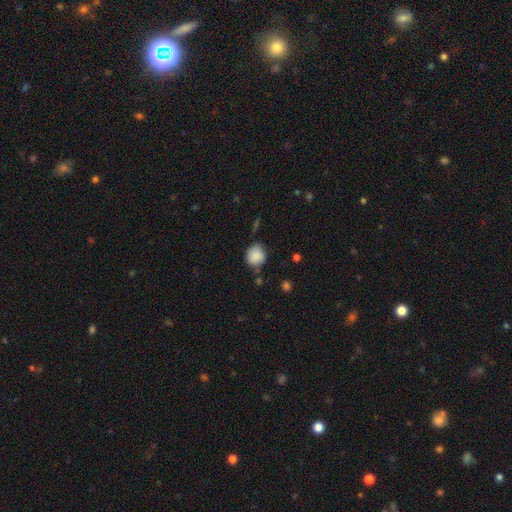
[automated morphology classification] smooth 87%, star or artifact 8%, featured or disk 5%. Down the decision tree: how rounded — round (82%); merging — none (71%).